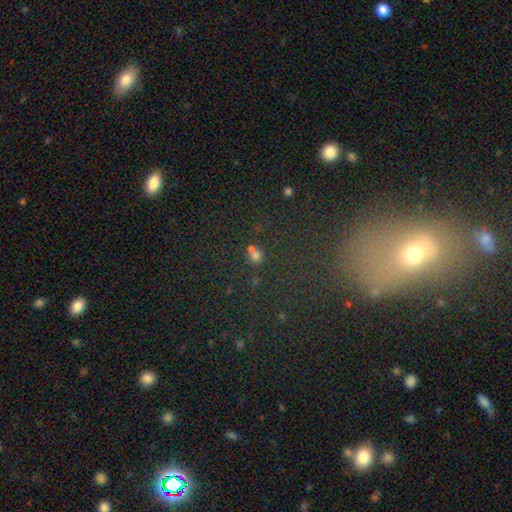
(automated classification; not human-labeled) Overall: smooth (60%; star or artifact 29%). How rounded: round (81%). Merging: none (48%; merger 39%).